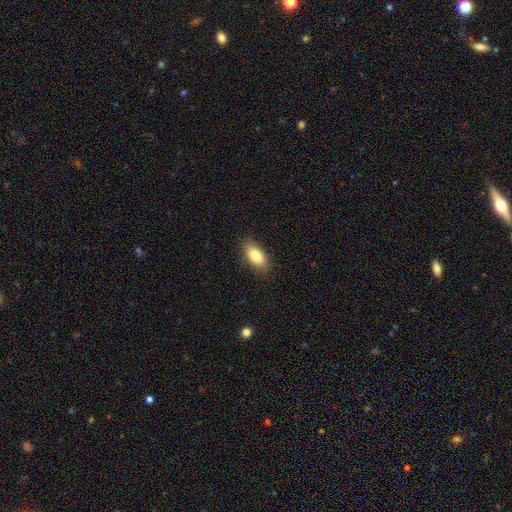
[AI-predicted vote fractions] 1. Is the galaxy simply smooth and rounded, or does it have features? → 82% smooth, 11% featured or disk, 7% star or artifact.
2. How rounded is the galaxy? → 90% in between, 6% cigar-shaped, 3% round.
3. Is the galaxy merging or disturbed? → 87% none, 10% minor disturbance, 2% major disturbance, 1% merger.